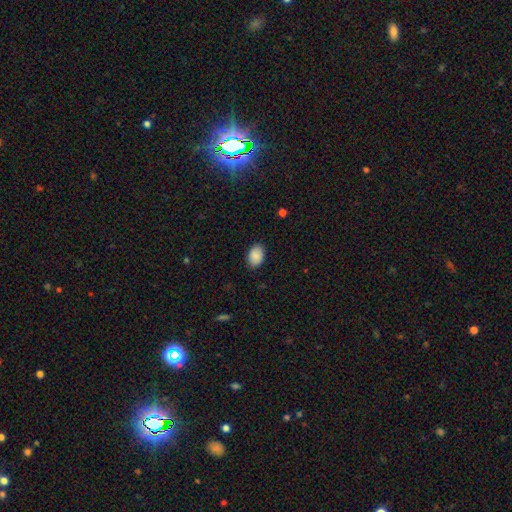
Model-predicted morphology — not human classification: type=smooth (89%); roundness=in between (85%); merging=none (87%).